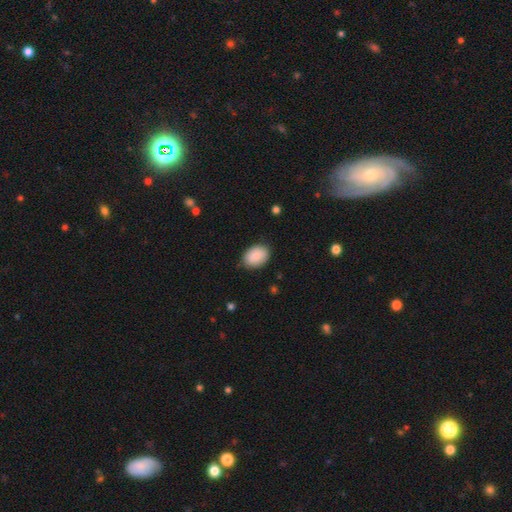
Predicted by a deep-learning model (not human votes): Overall: smooth (90%). How rounded: in between (81%). Merging: none (83%).